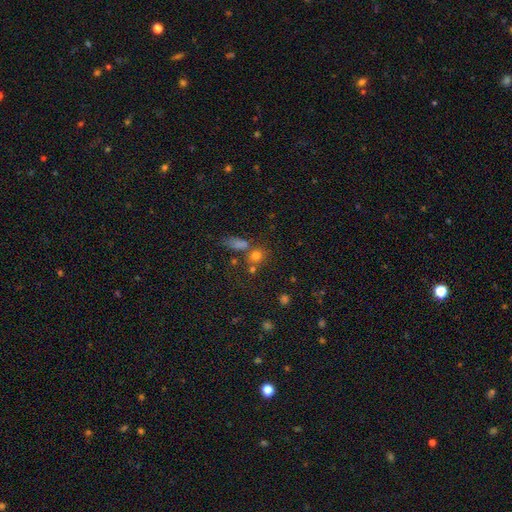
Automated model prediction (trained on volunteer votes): This is likely a smooth galaxy (72%). How rounded: likely round (70%). Merging: possibly none (55%).